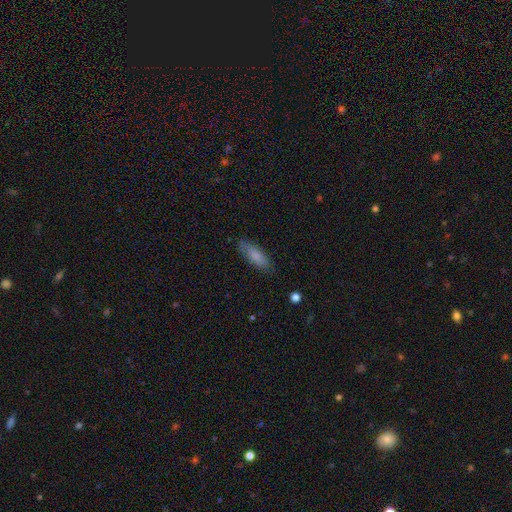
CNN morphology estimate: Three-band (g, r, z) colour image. It shows a smooth galaxy with no disk features (78%) that is in between round and cigar-shaped (56%). Merging: none (80%).